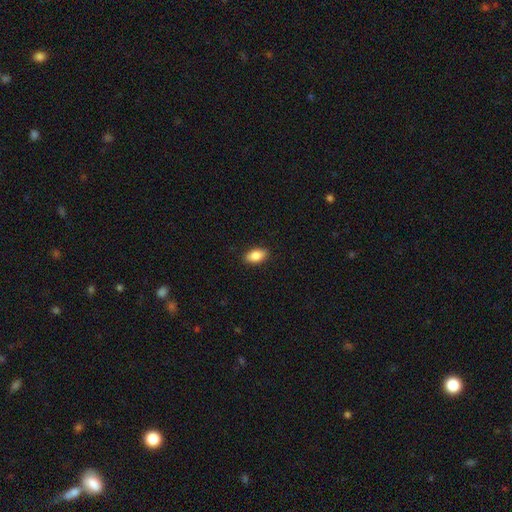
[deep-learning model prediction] This appears to be a smooth galaxy with no disk features (87%) that is in between round and cigar-shaped (91%). Merging: none (90%).